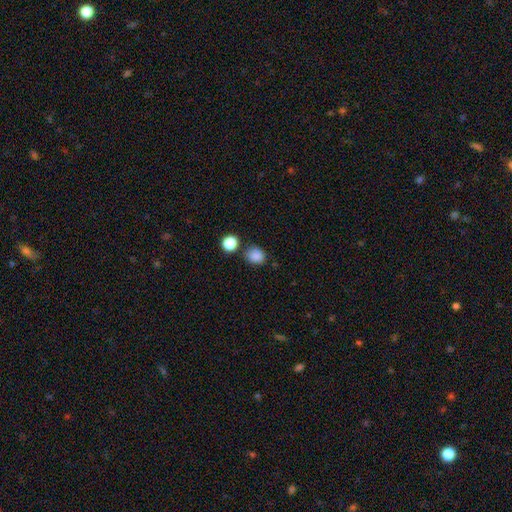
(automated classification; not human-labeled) The model was most divided on "how rounded": round: 66%, in between: 33%, cigar-shaped: 1%. More confident: smooth or featured — smooth (86%); merging — none (76%).